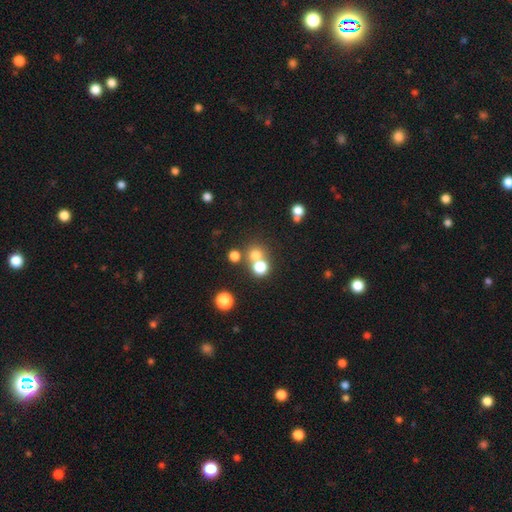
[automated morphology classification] Q: Smooth or featured?
A: smooth (70%); runner-up: star or artifact (20%)
Q: How rounded?
A: round (88%); runner-up: in between (11%)
Q: Merging?
A: none (57%); runner-up: merger (34%)